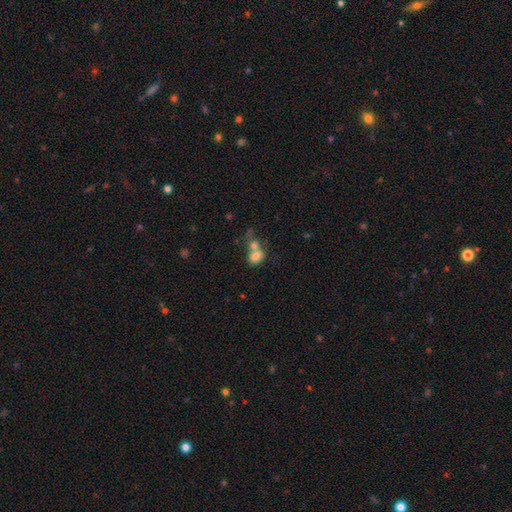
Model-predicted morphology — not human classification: A smooth galaxy with no disk features (76%) that is in between round and cigar-shaped (57%). Merging: merger (61%).